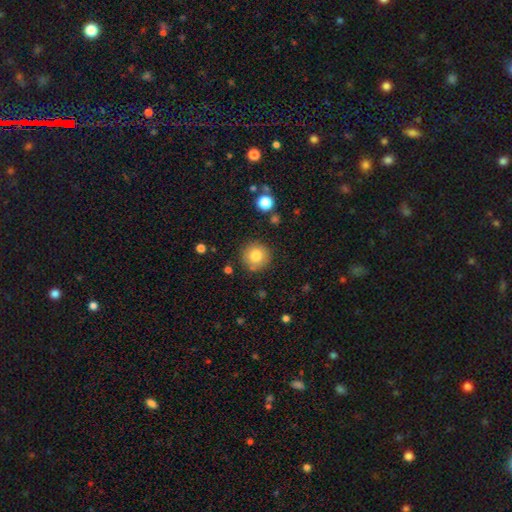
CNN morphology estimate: type=smooth (80%); roundness=round (94%); merging=none (85%).